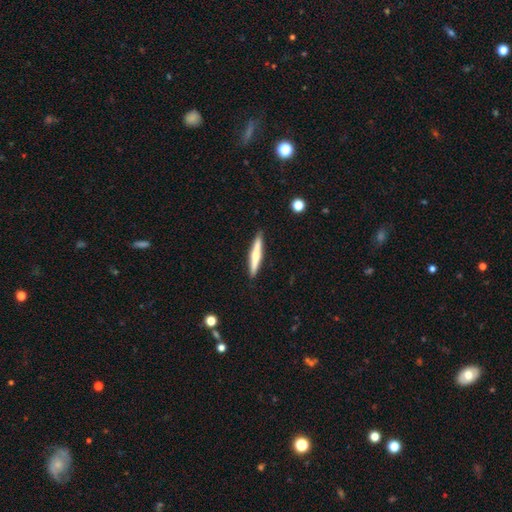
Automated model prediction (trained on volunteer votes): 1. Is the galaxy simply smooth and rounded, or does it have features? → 52% smooth, 42% featured or disk, 6% star or artifact.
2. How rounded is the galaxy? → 93% cigar-shaped, 6% in between, 1% round.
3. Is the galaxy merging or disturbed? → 90% none, 7% minor disturbance, 2% major disturbance, 1% merger.